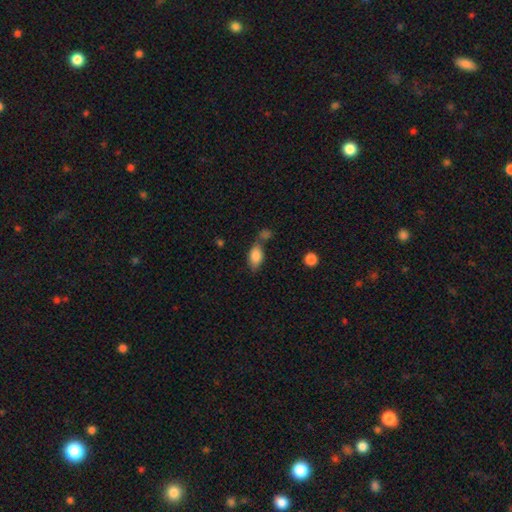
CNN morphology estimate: A smooth galaxy with no disk features (84%) that is in between round and cigar-shaped (90%).

Vote fractions:
- Smooth or featured? smooth: 84% / featured or disk: 9% / star or artifact: 8%
- How rounded? in between: 90% / round: 6% / cigar-shaped: 4%
- Merging? none: 53% / merger: 23% / minor disturbance: 18% / major disturbance: 6%